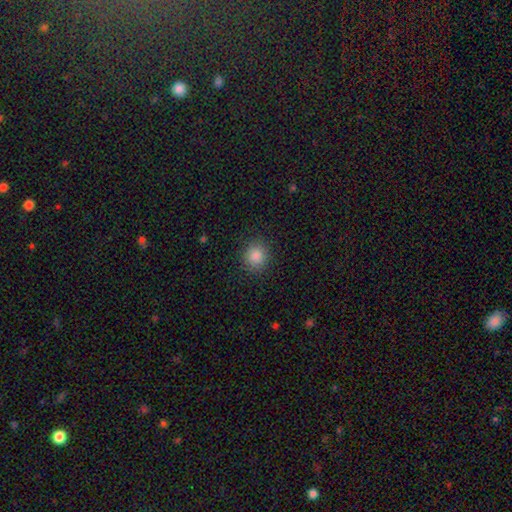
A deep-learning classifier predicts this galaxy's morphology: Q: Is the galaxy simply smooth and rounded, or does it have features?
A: smooth — 85%.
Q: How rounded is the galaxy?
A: round — 84%.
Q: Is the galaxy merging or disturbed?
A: none — 90%.